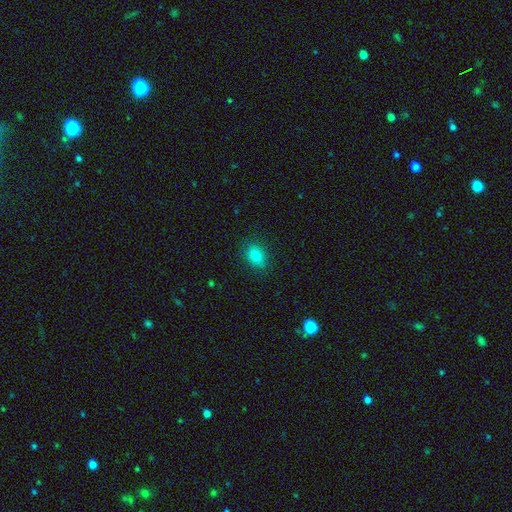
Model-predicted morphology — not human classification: Smooth or featured?
  - smooth: 82% *
  - star or artifact: 10%
  - featured or disk: 7%
How rounded?
  - in between: 76% *
  - round: 23%
  - cigar-shaped: 1%
Merging?
  - none: 87% *
  - minor disturbance: 10%
  - major disturbance: 3%
  - merger: 1%